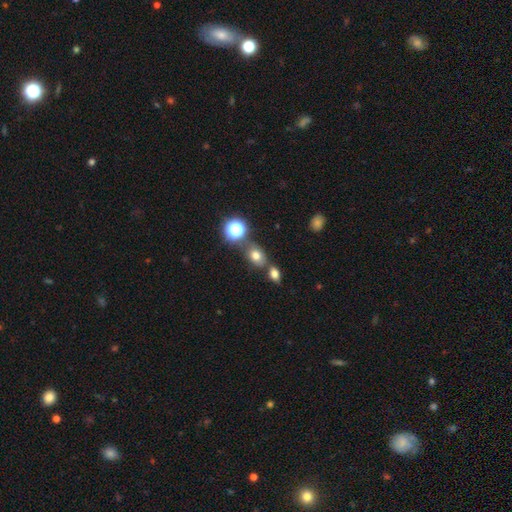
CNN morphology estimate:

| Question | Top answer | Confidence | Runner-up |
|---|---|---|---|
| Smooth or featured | smooth | 71% | star or artifact (17%) |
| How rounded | in between | 61% | round (38%) |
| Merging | none | 64% | merger (19%) |